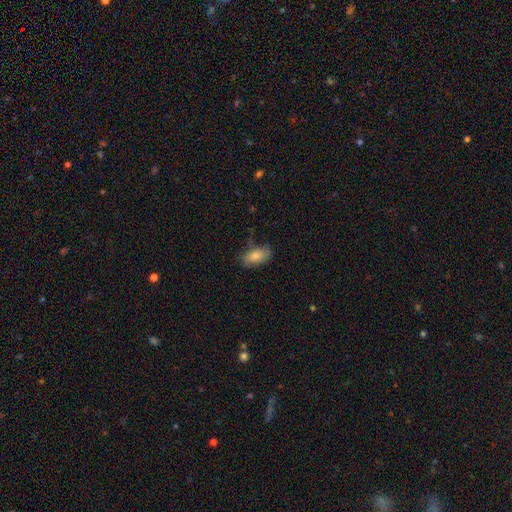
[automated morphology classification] Smooth or featured: smooth — 82% (featured or disk — 11%)
How rounded: in between — 92% (round — 4%)
Merging: none — 66% (minor disturbance — 25%)